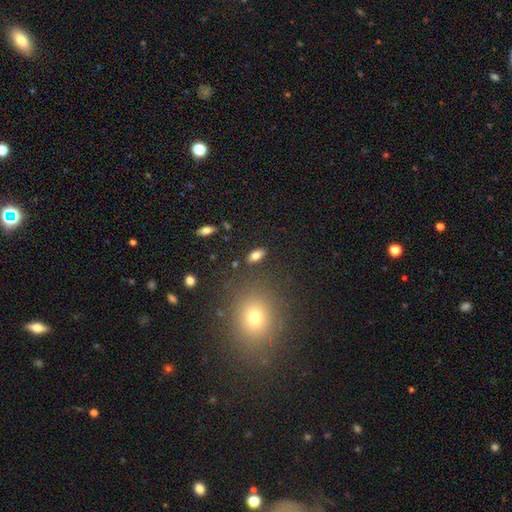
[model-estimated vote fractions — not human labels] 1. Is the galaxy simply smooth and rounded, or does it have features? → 78% smooth, 12% featured or disk, 10% star or artifact.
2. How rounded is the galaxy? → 87% in between, 7% cigar-shaped, 6% round.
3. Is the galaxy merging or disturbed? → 85% none, 9% minor disturbance, 3% merger, 3% major disturbance.